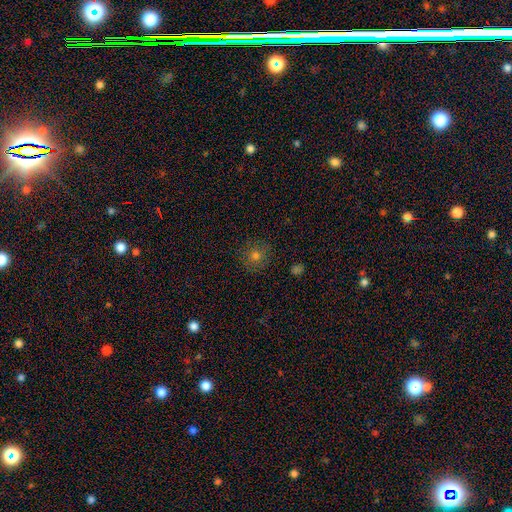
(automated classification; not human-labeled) smooth 71%, star or artifact 19%, featured or disk 10%. Down the decision tree: how rounded — round (92%); merging — none (87%).